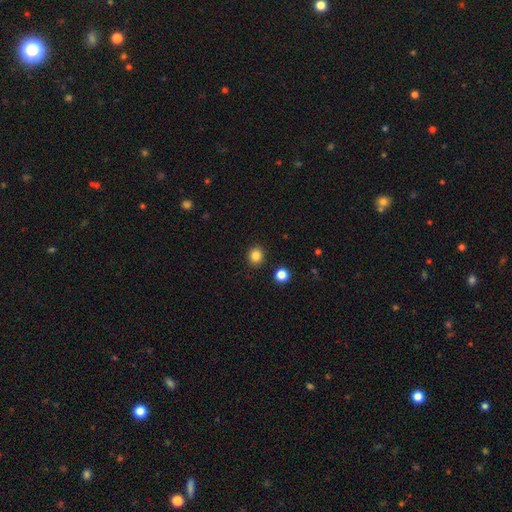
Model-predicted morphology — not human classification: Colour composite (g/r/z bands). It shows a smooth galaxy with no disk features (85%) that is round (79%). Merging: none (90%).